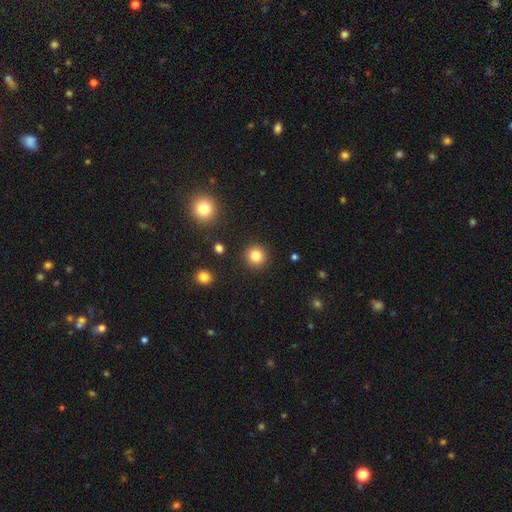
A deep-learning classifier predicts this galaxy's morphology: smooth-or-featured: smooth: 83% | star or artifact: 11% | featured or disk: 6%
  how-rounded: round: 94% | in between: 5% | cigar-shaped: 1%
  merging: none: 90% | minor disturbance: 6% | major disturbance: 2% | merger: 2%